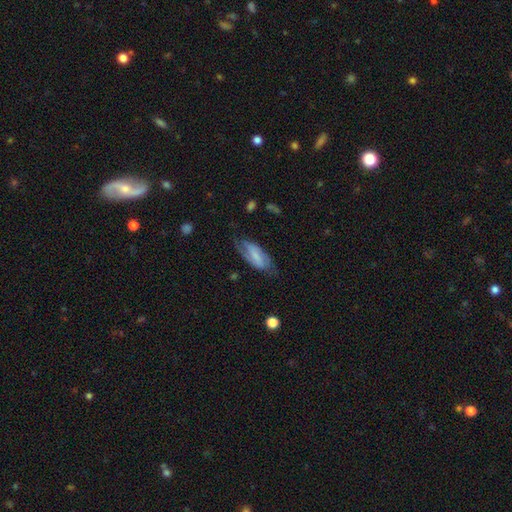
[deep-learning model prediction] smooth-or-featured: featured or disk: 59% | smooth: 34% | star or artifact: 7%
  disk-edge-on: no: 90% | yes: 10%
    bar: strong: 44% | weak: 37% | no: 19%
    has-spiral-arms: yes: 84% | no: 16%
    bulge-size: small: 41% | none: 31% | moderate: 21% | large: 5% | dominant: 2%
  merging: none: 66% | minor disturbance: 22% | major disturbance: 10% | merger: 2%